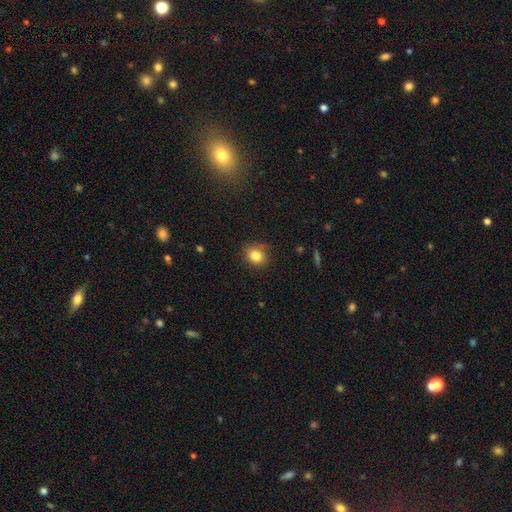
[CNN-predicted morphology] smooth-or-featured: smooth: 81% | star or artifact: 11% | featured or disk: 8%
  how-rounded: round: 74% | in between: 25% | cigar-shaped: 1%
  merging: none: 79% | minor disturbance: 16% | major disturbance: 4% | merger: 1%